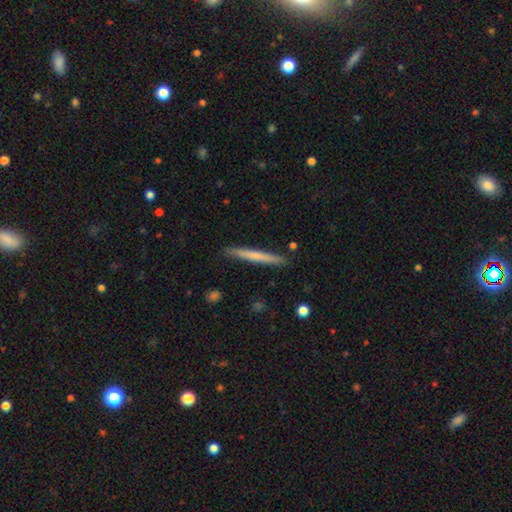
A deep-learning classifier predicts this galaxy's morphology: smooth-or-featured: smooth: 62% | featured or disk: 33% | star or artifact: 5%
  how-rounded: cigar-shaped: 97% | in between: 2% | round: 1%
  merging: none: 90% | minor disturbance: 7% | major disturbance: 1% | merger: 1%